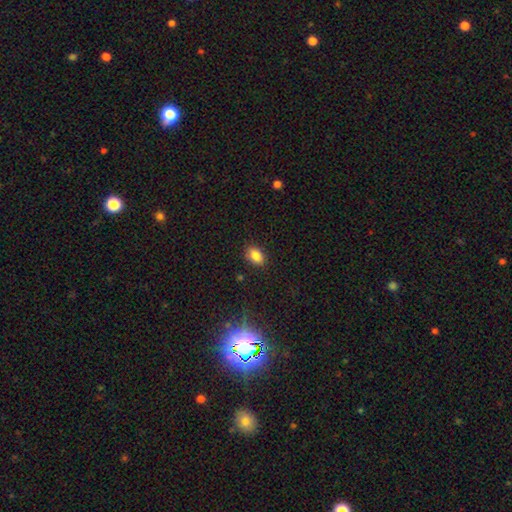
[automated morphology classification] A smooth galaxy with no disk features (83%) that is in between round and cigar-shaped (84%). Merging: none (86%).